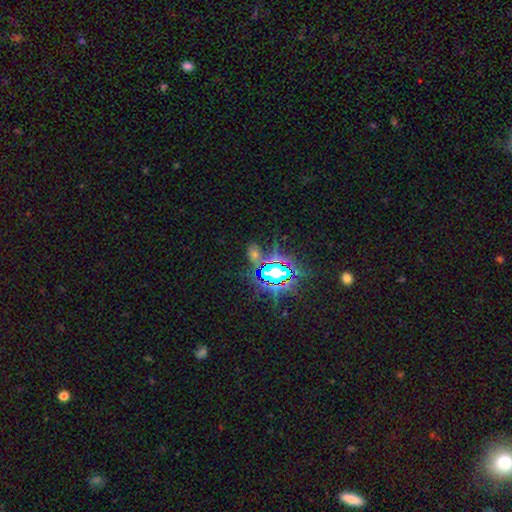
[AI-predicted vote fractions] The model was most divided on "smooth or featured": star or artifact: 74%, smooth: 16%, featured or disk: 10%.